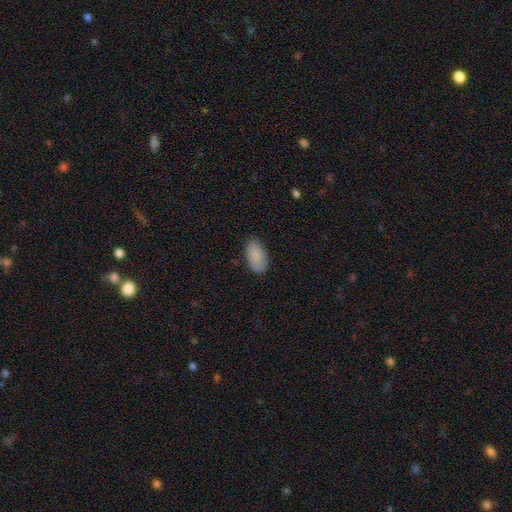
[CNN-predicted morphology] Smooth or featured?
  - smooth: 88% *
  - star or artifact: 7%
  - featured or disk: 6%
How rounded?
  - in between: 94% *
  - round: 3%
  - cigar-shaped: 2%
Merging?
  - none: 79% *
  - minor disturbance: 16%
  - major disturbance: 3%
  - merger: 1%